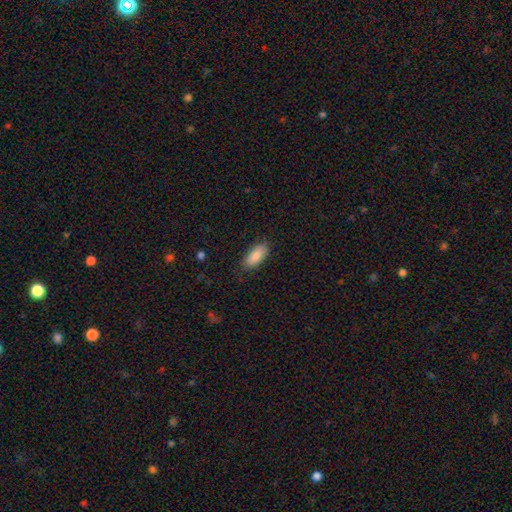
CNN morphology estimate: Smooth or featured: smooth — 89% (star or artifact — 6%)
How rounded: in between — 86% (cigar-shaped — 13%)
Merging: none — 84% (minor disturbance — 12%)